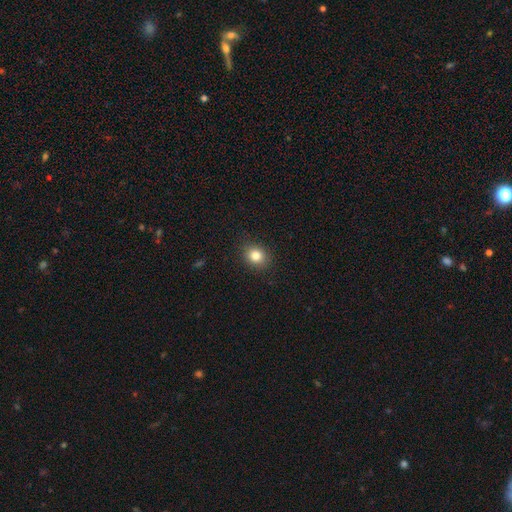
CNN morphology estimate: smooth-or-featured: smooth: 83% | star or artifact: 11% | featured or disk: 6%
  how-rounded: round: 64% | in between: 35% | cigar-shaped: 1%
  merging: none: 88% | minor disturbance: 8% | major disturbance: 2% | merger: 1%